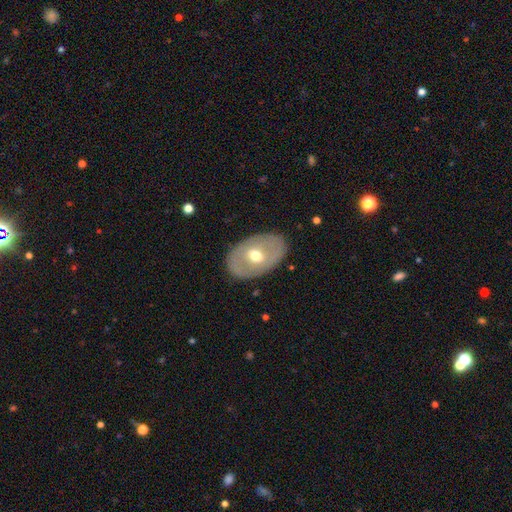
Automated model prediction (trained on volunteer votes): A featured or disk galaxy (49%). Merging: none (84%).